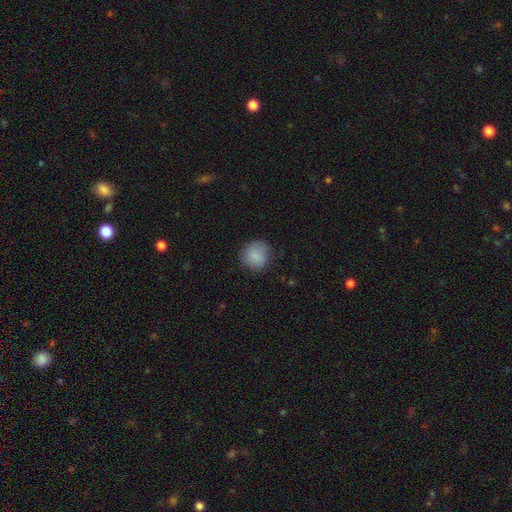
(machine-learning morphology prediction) smooth_or_featured: smooth (p=0.86) [alt: star or artifact p=0.08]
how_rounded: round (p=0.86) [alt: in between p=0.13]
merging: none (p=0.77) [alt: minor disturbance p=0.17]